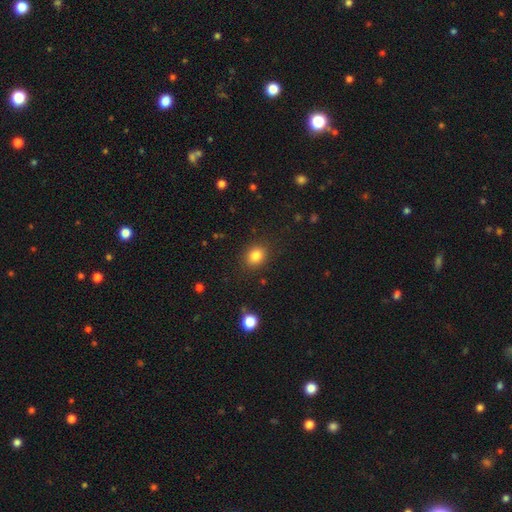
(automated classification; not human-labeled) The model was most divided on "how rounded": round: 59%, in between: 40%, cigar-shaped: 1%. More confident: merging — none (88%); smooth or featured — smooth (83%).